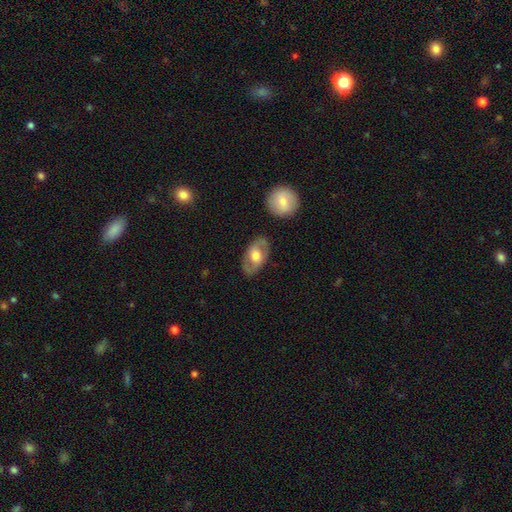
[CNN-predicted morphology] Q: Smooth or featured?
A: featured or disk (51%); runner-up: smooth (43%)
Q: Edge-on disk?
A: no (89%); runner-up: yes (11%)
Q: Merging?
A: none (79%); runner-up: minor disturbance (14%)